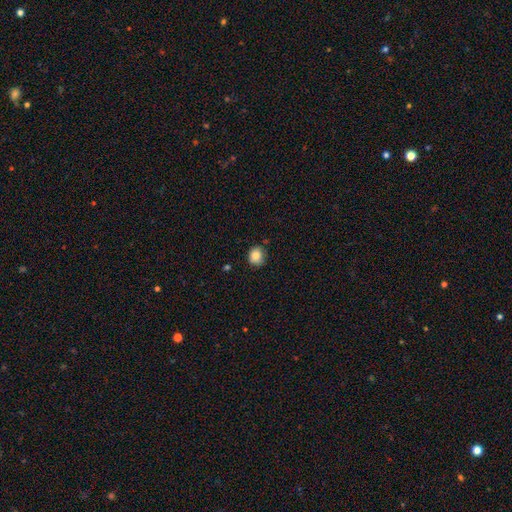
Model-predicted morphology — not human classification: smooth_or_featured: smooth (p=0.85) [alt: star or artifact p=0.09]
how_rounded: round (p=0.78) [alt: in between p=0.21]
merging: none (p=0.77) [alt: minor disturbance p=0.17]